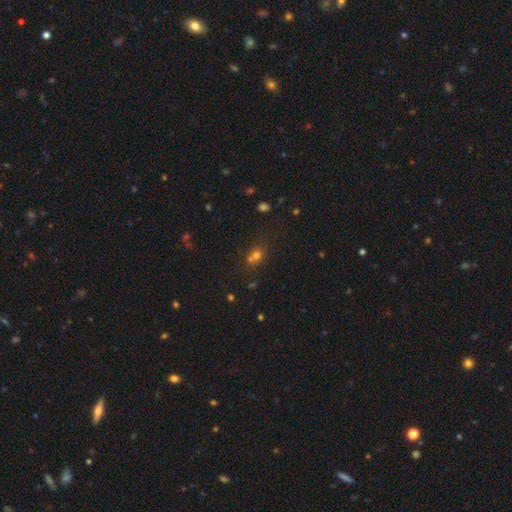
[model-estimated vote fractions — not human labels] Q: Smooth or featured?
A: smooth (63%); runner-up: star or artifact (25%)
Q: How rounded?
A: round (69%); runner-up: in between (29%)
Q: Merging?
A: none (49%); runner-up: merger (35%)